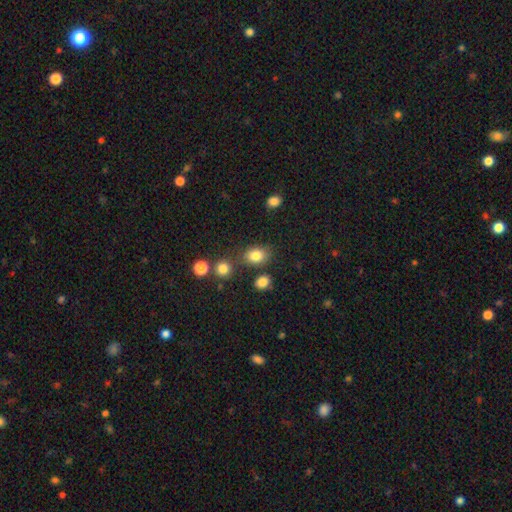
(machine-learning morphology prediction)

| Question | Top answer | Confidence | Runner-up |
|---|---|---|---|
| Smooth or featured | smooth | 82% | star or artifact (11%) |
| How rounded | in between | 68% | round (31%) |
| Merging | none | 73% | minor disturbance (14%) |